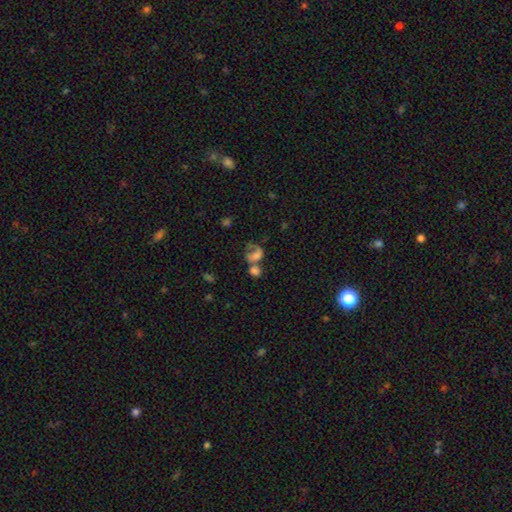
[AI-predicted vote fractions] Overall: smooth (56%; featured or disk 29%). How rounded: in between (65%; round 34%). Merging: merger (51%; major disturbance 19%).